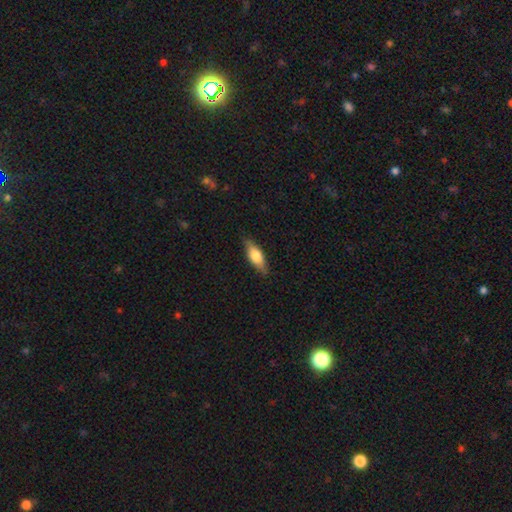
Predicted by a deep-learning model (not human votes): Smooth or featured? smooth (62%)
How rounded? in between (64%)
Merging? none (83%)